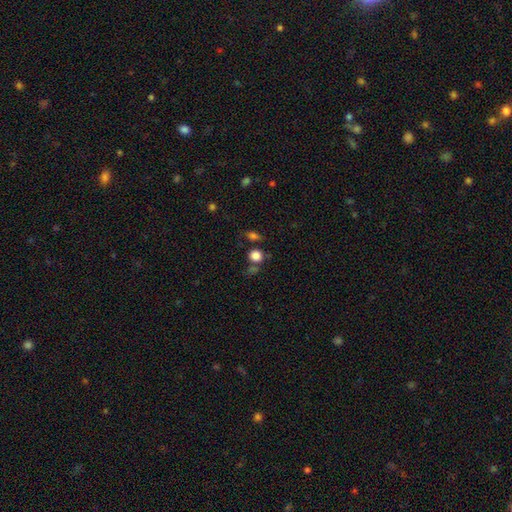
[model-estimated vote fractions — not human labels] A smooth galaxy with no disk features (80%) that is round (81%).

Vote fractions:
- Smooth or featured? smooth: 80% / star or artifact: 15% / featured or disk: 5%
- How rounded? round: 81% / in between: 18% / cigar-shaped: 1%
- Merging? none: 66% / merger: 14% / minor disturbance: 14% / major disturbance: 6%